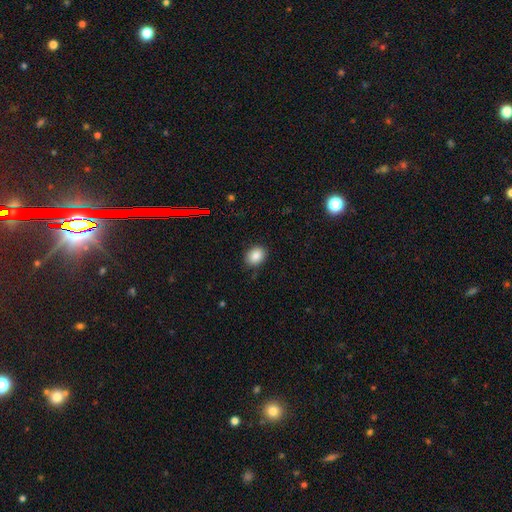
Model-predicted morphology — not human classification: type=smooth (85%); roundness=round (50%); merging=none (85%).